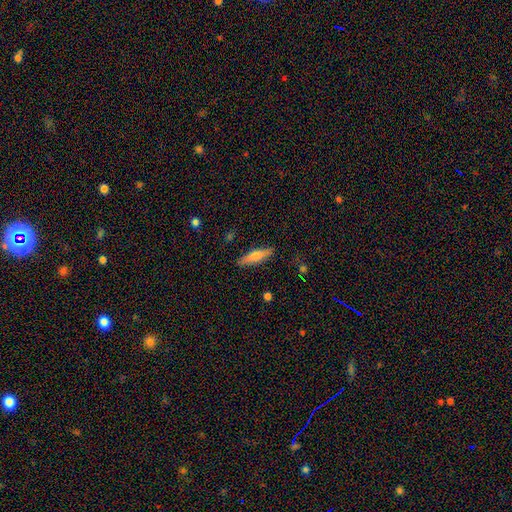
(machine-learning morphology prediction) A smooth galaxy with no disk features (65%) that is cigar-shaped (69%). Merging: none (87%).